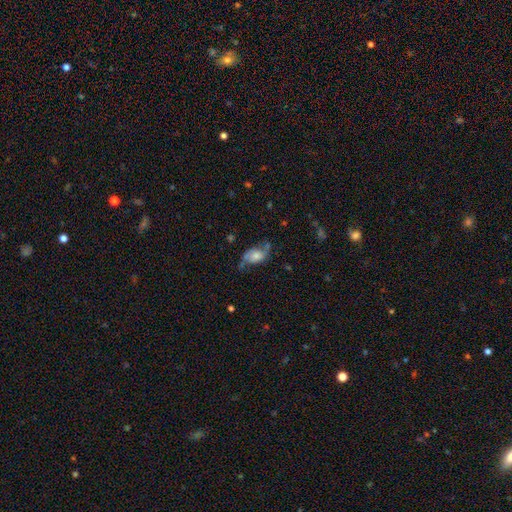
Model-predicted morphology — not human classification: featured or disk 60%, smooth 32%, star or artifact 9%. Down the decision tree: edge-on disk — no (95%); bar — no (67%); spiral arms — yes (87%); bulge size — moderate (38%); merging — none (51%).